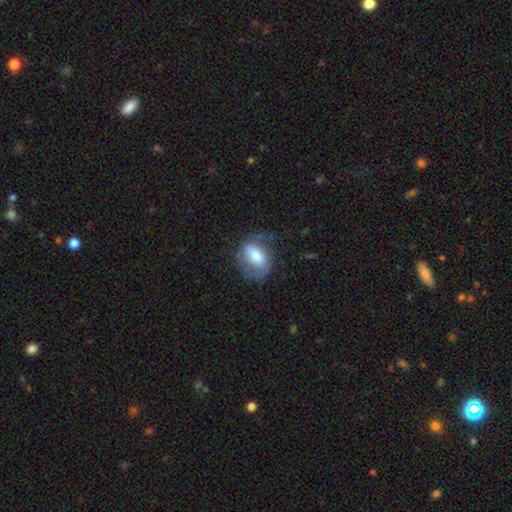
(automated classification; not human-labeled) This appears to be a smooth galaxy with no disk features (56%) that is in between round and cigar-shaped (80%). Merging: none (50%).